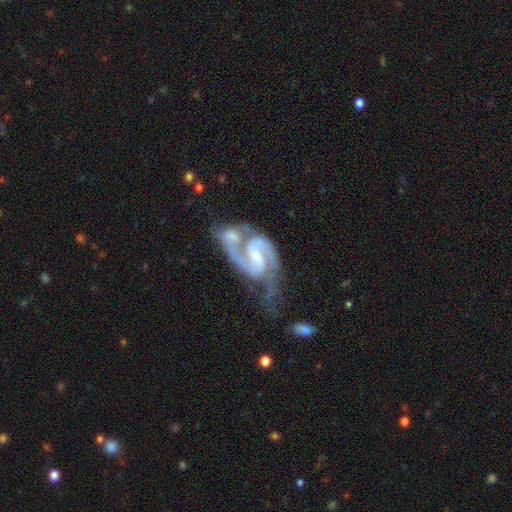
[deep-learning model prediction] smooth_or_featured: featured or disk (p=0.91) [alt: star or artifact p=0.04]
disk_edge_on: no (p=0.98) [alt: yes p=0.02]
bar: weak (p=0.51) [alt: strong p=0.29]
has_spiral_arms: yes (p=0.98) [alt: no p=0.02]
spiral_winding: medium (p=0.59) [alt: tight p=0.25]
spiral_arm_count: 2 (p=0.91) [alt: can't tell p=0.03]
bulge_size: small (p=0.47) [alt: moderate p=0.28]
merging: merger (p=0.42) [alt: none p=0.28]